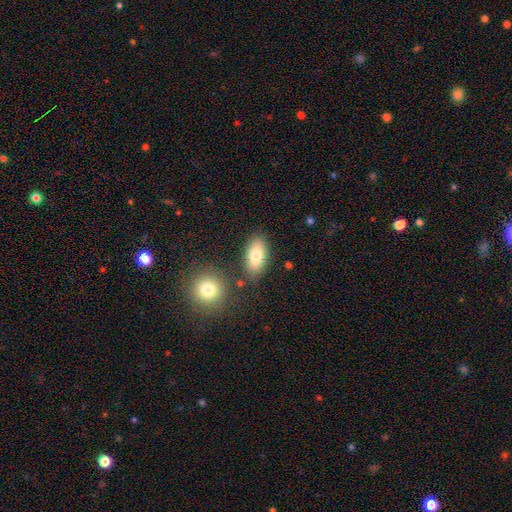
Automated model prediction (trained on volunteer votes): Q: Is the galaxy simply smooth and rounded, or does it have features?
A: smooth — 81%.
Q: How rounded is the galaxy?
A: in between — 90%.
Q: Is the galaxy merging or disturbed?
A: none — 80%.